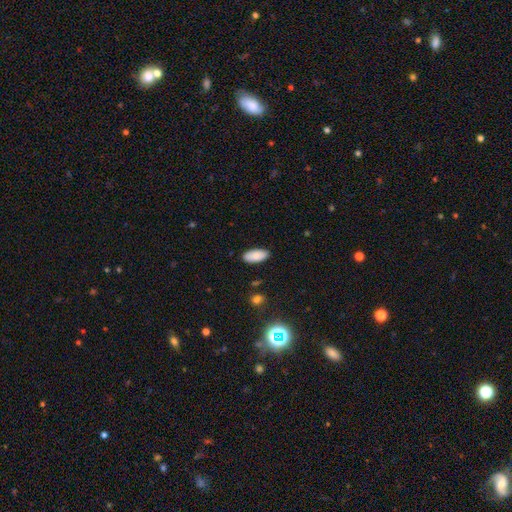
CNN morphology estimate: smooth 87%, star or artifact 7%, featured or disk 6%. Down the decision tree: how rounded — in between (90%); merging — none (88%).